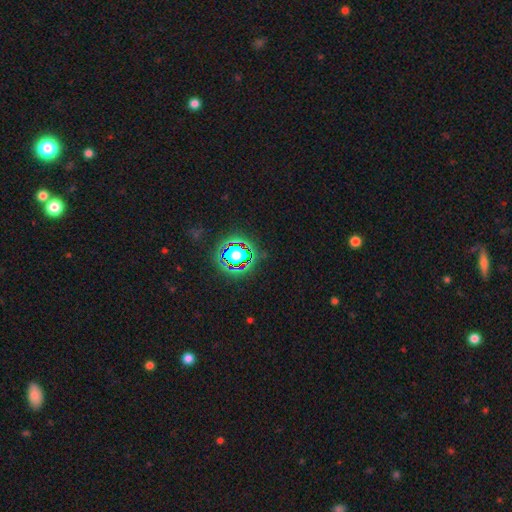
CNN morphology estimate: Smooth or featured?
  - star or artifact: 79% *
  - smooth: 13%
  - featured or disk: 8%